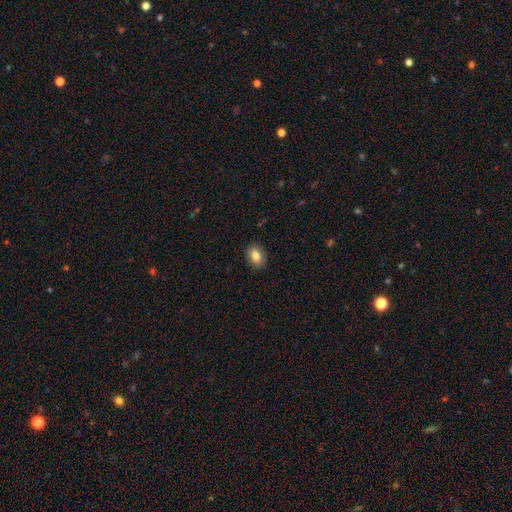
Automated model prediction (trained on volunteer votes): This appears to be a smooth galaxy with no disk features (84%) that is in between round and cigar-shaped (77%). Merging: none (88%).